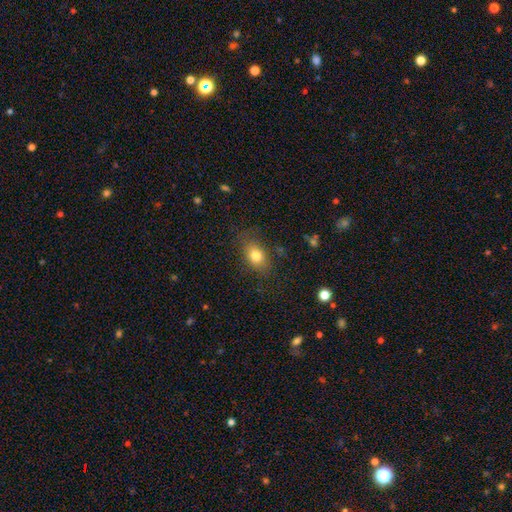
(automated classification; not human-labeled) This appears to be a smooth galaxy with no disk features (79%) that is in between round and cigar-shaped (75%). Merging: none (77%).